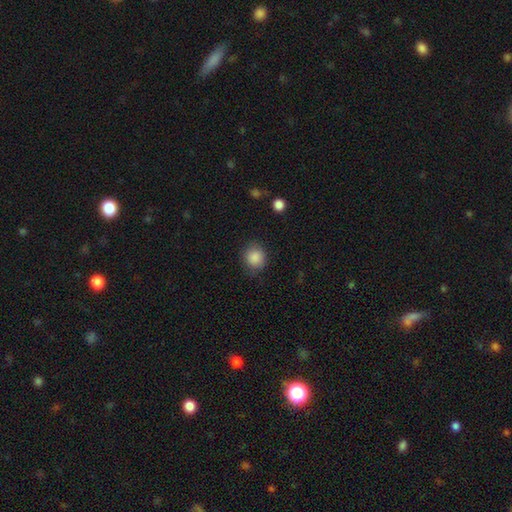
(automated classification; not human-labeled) Smooth or featured?
  - smooth: 87% *
  - star or artifact: 9%
  - featured or disk: 4%
How rounded?
  - round: 84% *
  - in between: 15%
  - cigar-shaped: 1%
Merging?
  - none: 84% *
  - minor disturbance: 11%
  - major disturbance: 3%
  - merger: 1%